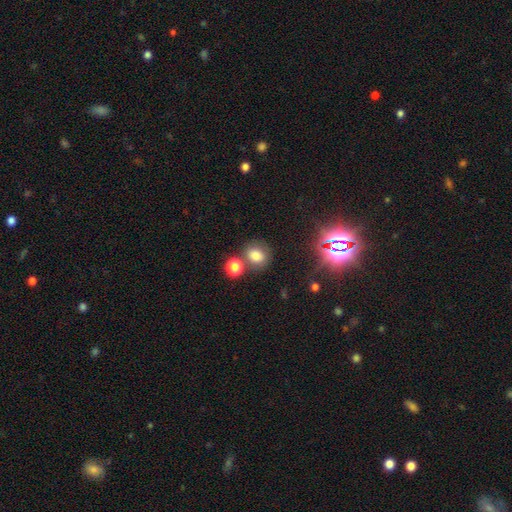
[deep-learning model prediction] A smooth galaxy with no disk features (77%) that is round (70%). Merging: none (67%).